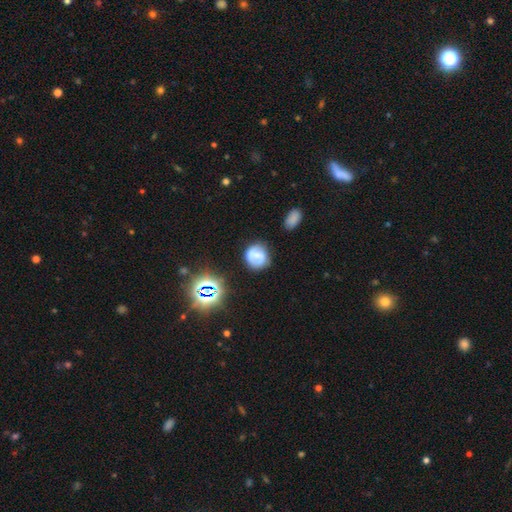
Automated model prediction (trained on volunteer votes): smooth 51%, featured or disk 37%, star or artifact 13%. Down the decision tree: how rounded — round (80%); merging — none (69%).